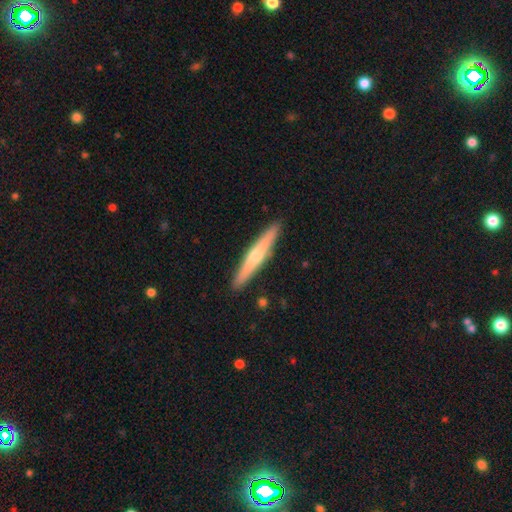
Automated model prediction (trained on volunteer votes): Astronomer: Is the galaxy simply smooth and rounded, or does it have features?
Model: featured or disk — 52% (runner-up: smooth, 42%).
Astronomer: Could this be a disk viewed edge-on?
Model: yes — 96%.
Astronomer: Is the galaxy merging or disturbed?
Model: none — 91%.